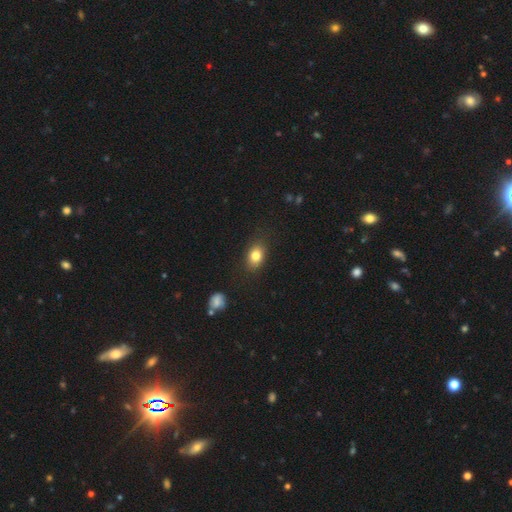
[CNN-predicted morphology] Q: Smooth or featured?
A: smooth (81%); runner-up: star or artifact (10%)
Q: How rounded?
A: in between (71%); runner-up: round (27%)
Q: Merging?
A: none (82%); runner-up: minor disturbance (13%)